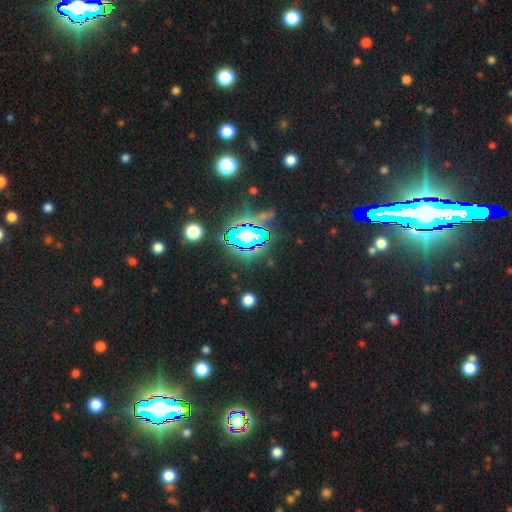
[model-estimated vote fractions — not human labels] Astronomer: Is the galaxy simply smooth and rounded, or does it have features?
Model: star or artifact — 82%.